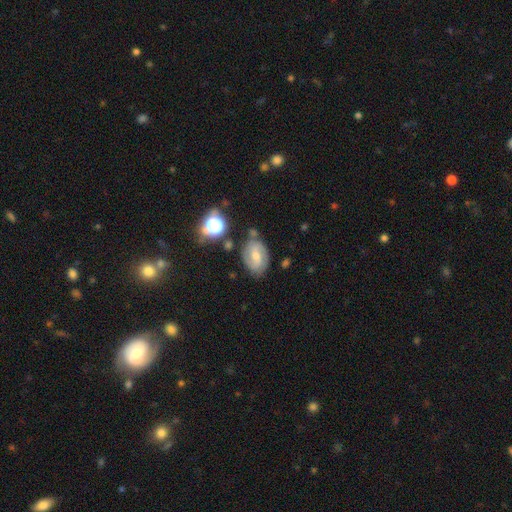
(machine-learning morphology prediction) A featured or disk galaxy (59%) with a weak bar (50%), spiral arms (86%) and a moderate central bulge (49%).

Vote fractions:
- Smooth or featured? featured or disk: 59% / smooth: 31% / star or artifact: 10%
- Edge-on disk? no: 96% / yes: 4%
- Bar? weak: 50% / no: 32% / strong: 18%
- Spiral arms? yes: 86% / no: 14%
- Bulge size? moderate: 49% / small: 44% / none: 3% / large: 3% / dominant: 1%
- Merging? none: 71% / minor disturbance: 17% / merger: 6% / major disturbance: 5%